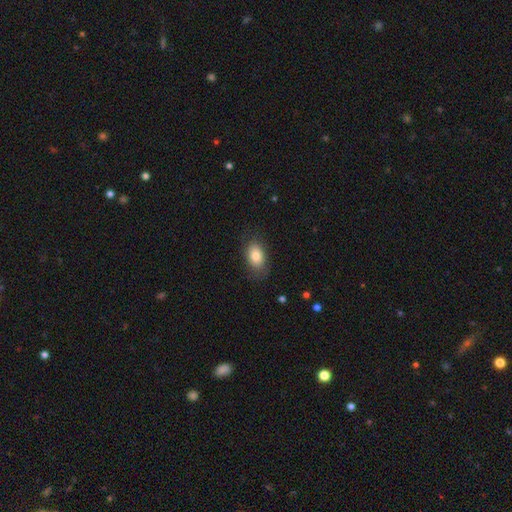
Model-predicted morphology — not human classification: Smooth or featured? smooth (82%)
How rounded? in between (89%)
Merging? none (77%)